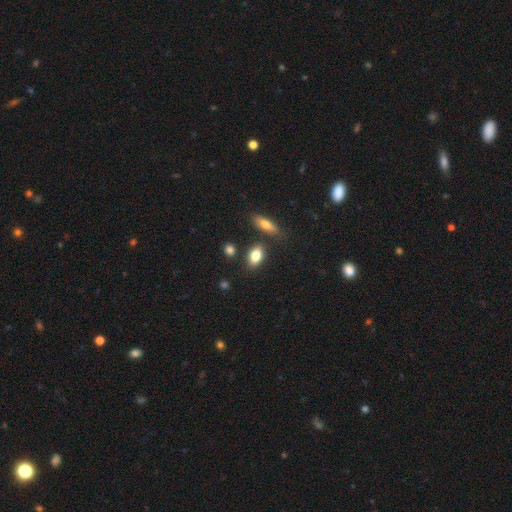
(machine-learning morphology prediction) smooth 82%, featured or disk 11%, star or artifact 8%. Down the decision tree: how rounded — in between (85%); merging — none (77%).